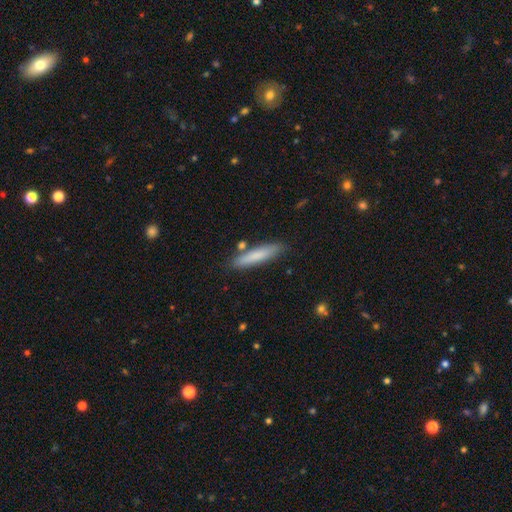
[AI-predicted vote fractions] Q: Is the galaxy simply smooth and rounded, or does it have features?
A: smooth — 78%.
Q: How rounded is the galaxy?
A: cigar-shaped — 88%.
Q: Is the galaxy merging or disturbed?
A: none — 83%.